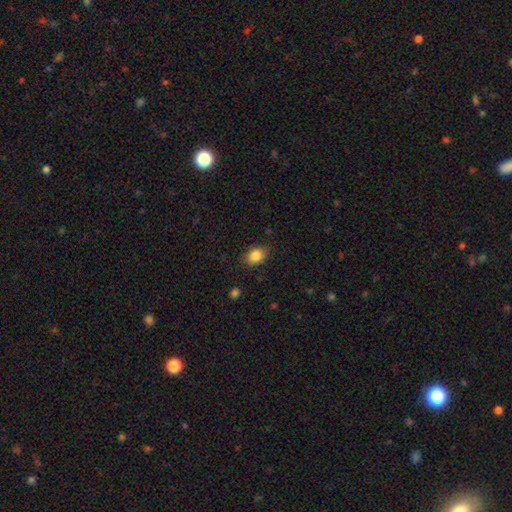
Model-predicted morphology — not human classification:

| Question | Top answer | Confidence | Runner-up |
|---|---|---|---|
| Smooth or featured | smooth | 85% | star or artifact (9%) |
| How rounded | in between | 68% | round (31%) |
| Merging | none | 85% | minor disturbance (12%) |